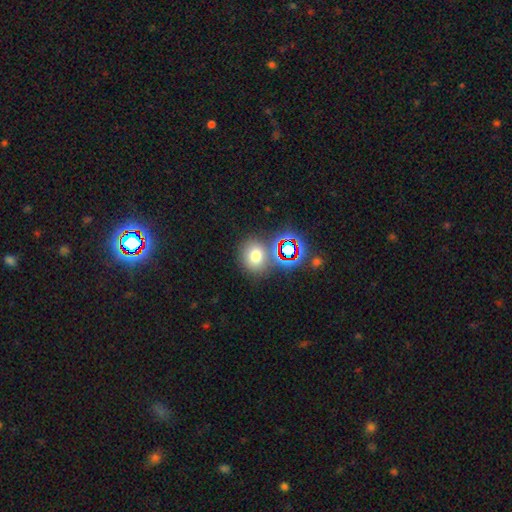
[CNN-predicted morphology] type=smooth (67%); roundness=round (73%); merging=none (72%).